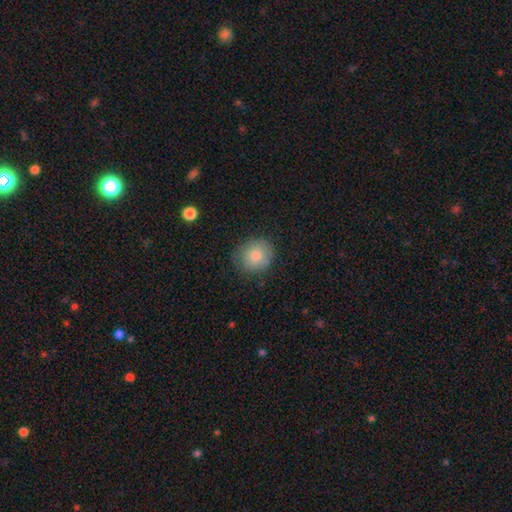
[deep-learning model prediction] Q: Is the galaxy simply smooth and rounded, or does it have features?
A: smooth — 80%.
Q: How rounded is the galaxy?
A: round — 81%.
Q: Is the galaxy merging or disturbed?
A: none — 78%.